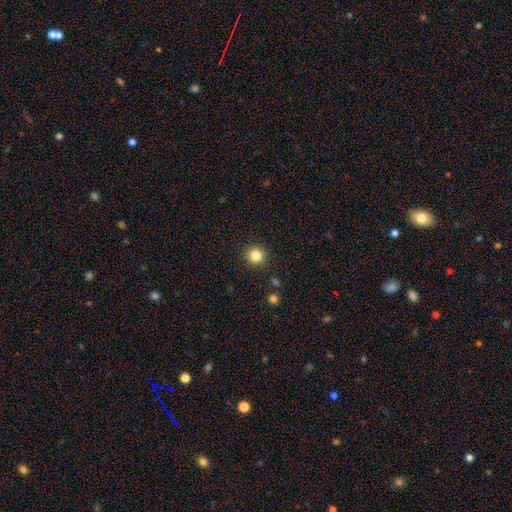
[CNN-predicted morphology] A smooth galaxy with no disk features (84%) that is round (94%). Merging: none (91%).